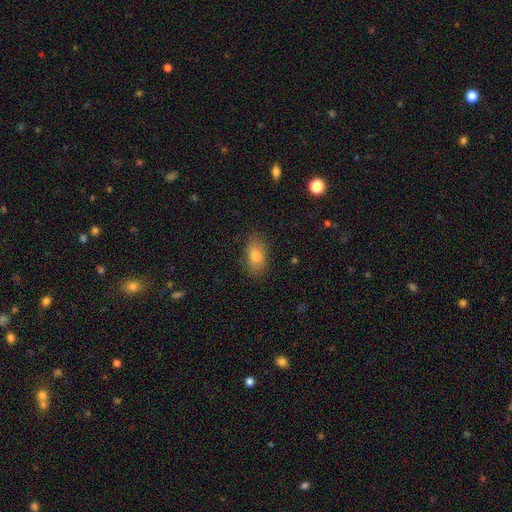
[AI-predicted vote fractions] Q: Smooth or featured?
A: smooth (79%); runner-up: featured or disk (11%)
Q: How rounded?
A: in between (89%); runner-up: round (8%)
Q: Merging?
A: none (82%); runner-up: minor disturbance (13%)